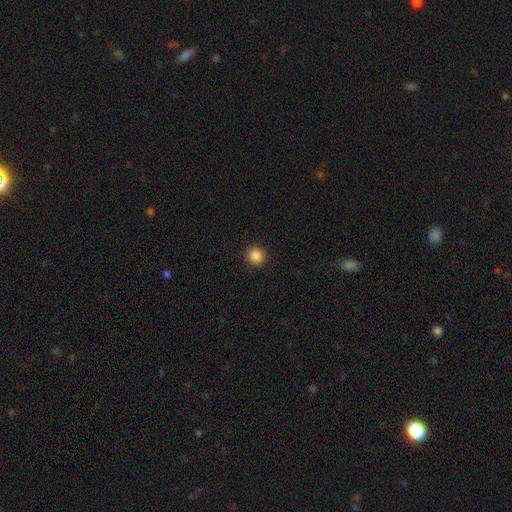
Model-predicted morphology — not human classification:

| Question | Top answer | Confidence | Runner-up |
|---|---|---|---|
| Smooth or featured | smooth | 87% | star or artifact (10%) |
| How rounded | round | 94% | in between (5%) |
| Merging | none | 92% | minor disturbance (5%) |